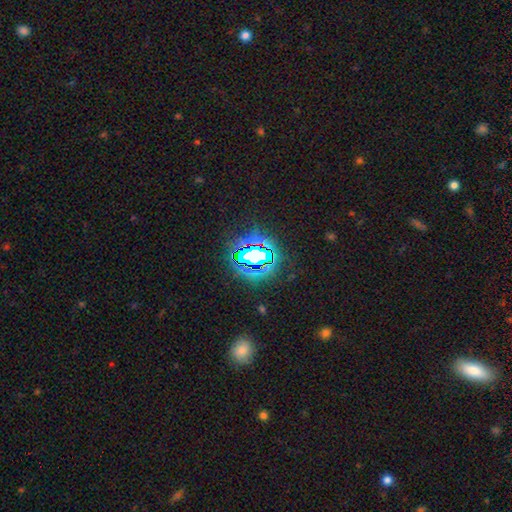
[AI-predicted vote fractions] Morphology: type=star or artifact (71%).